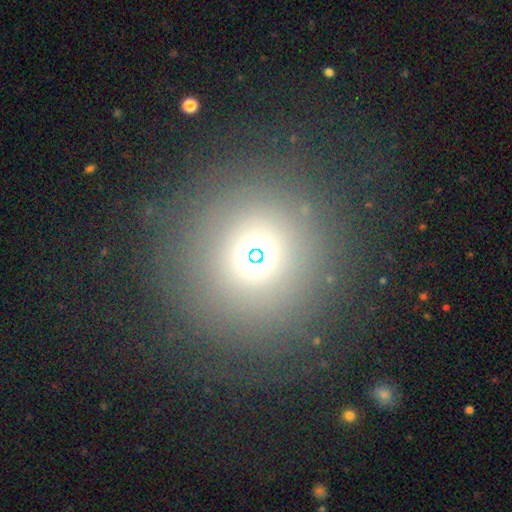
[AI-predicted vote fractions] smooth_or_featured: smooth (p=0.60) [alt: star or artifact p=0.30]
how_rounded: round (p=0.84) [alt: in between p=0.15]
merging: none (p=0.85) [alt: minor disturbance p=0.07]